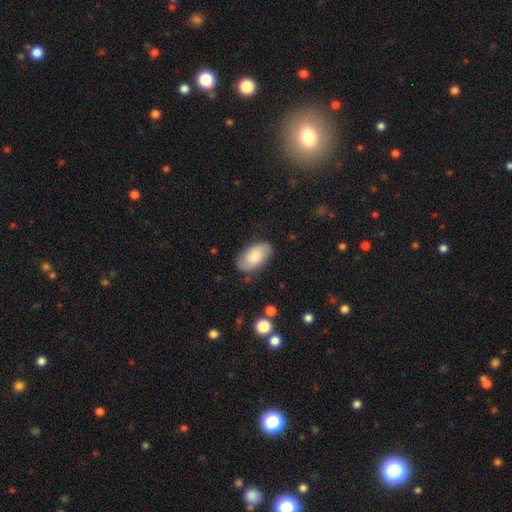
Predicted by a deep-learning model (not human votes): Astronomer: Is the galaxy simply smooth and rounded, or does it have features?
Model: smooth — 72%.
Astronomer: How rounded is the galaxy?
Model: in between — 95%.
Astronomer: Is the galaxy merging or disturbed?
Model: none — 81%.